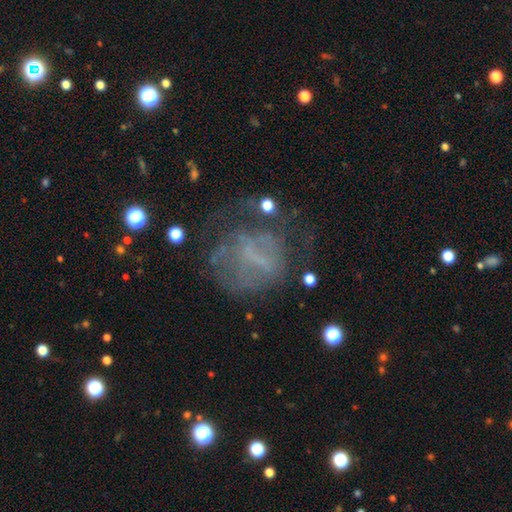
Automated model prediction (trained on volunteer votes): smooth_or_featured: featured or disk (p=0.52) [alt: smooth p=0.28]
disk_edge_on: no (p=0.97) [alt: yes p=0.03]
bar: no (p=0.58) [alt: weak p=0.29]
has_spiral_arms: no (p=0.68) [alt: yes p=0.32]
bulge_size: none (p=0.68) [alt: small p=0.20]
merging: none (p=0.44) [alt: major disturbance p=0.32]